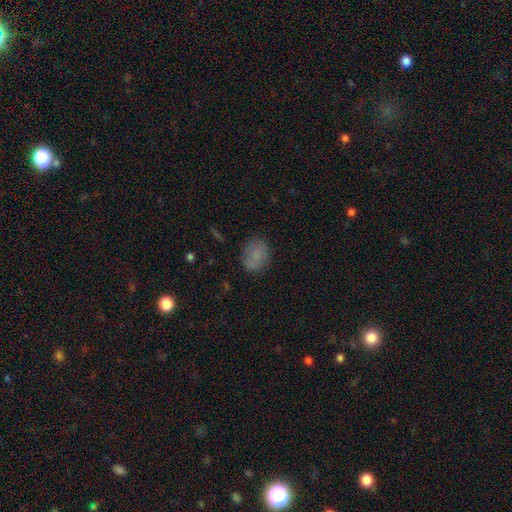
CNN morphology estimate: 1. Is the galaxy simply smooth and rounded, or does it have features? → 79% smooth, 12% star or artifact, 9% featured or disk.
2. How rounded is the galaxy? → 57% in between, 41% round, 1% cigar-shaped.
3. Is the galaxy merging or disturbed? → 74% none, 18% minor disturbance, 5% major disturbance, 3% merger.